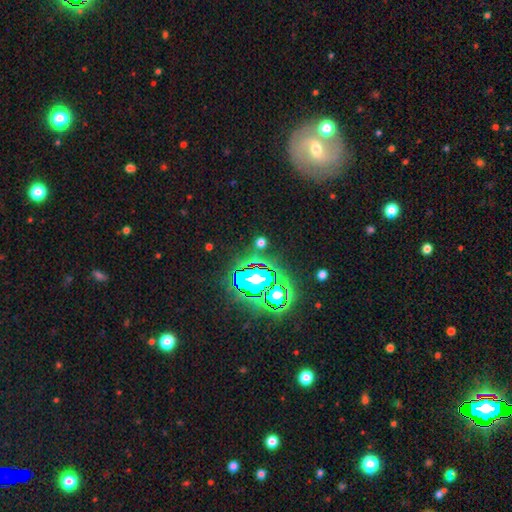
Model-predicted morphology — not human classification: smooth-or-featured: star or artifact: 70% | featured or disk: 15% | smooth: 15%